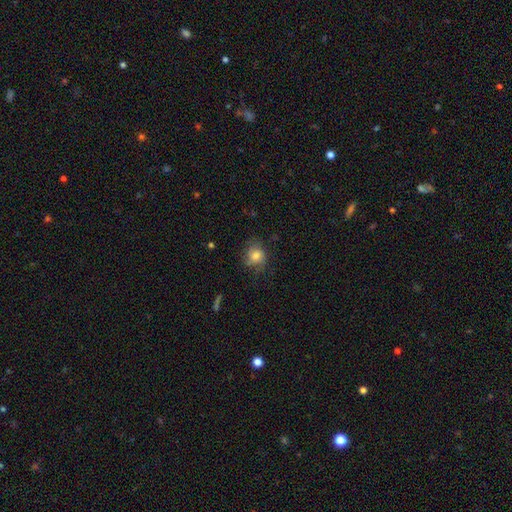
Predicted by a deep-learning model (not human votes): A smooth galaxy with no disk features (73%) that is round (72%).

Vote fractions:
- Smooth or featured? smooth: 73% / featured or disk: 17% / star or artifact: 10%
- How rounded? round: 72% / in between: 27% / cigar-shaped: 1%
- Merging? none: 64% / minor disturbance: 24% / major disturbance: 10% / merger: 1%